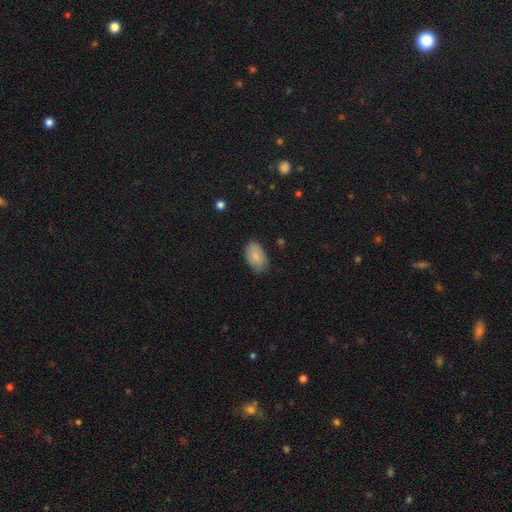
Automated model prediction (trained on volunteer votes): This is clearly a smooth galaxy (85%). How rounded: clearly in between (93%). Merging: likely none (79%).